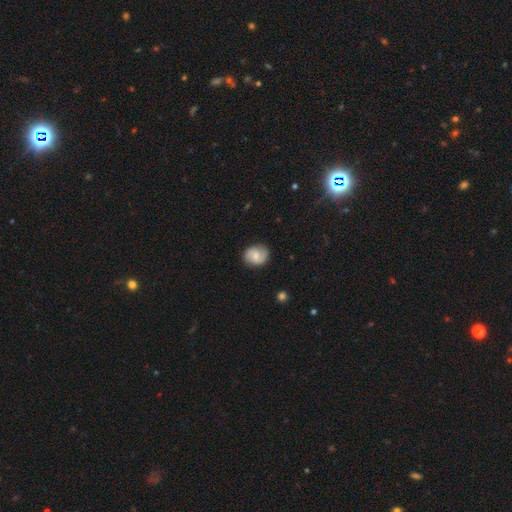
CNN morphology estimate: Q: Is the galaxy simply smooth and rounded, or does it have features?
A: featured or disk — 47%.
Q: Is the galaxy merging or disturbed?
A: none — 81%.